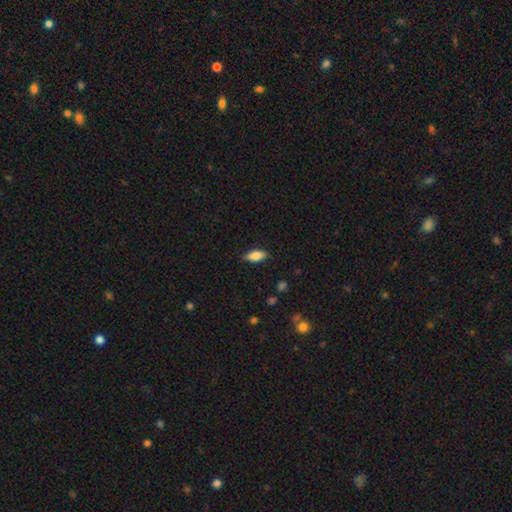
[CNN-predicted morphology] This is clearly a smooth galaxy (80%). How rounded: clearly in between (82%). Merging: clearly none (85%).